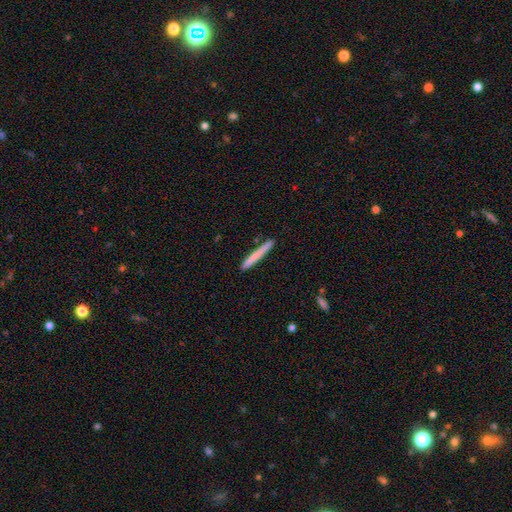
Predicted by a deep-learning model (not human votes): This is likely a smooth galaxy (71%). How rounded: clearly cigar-shaped (97%). Merging: clearly none (90%).